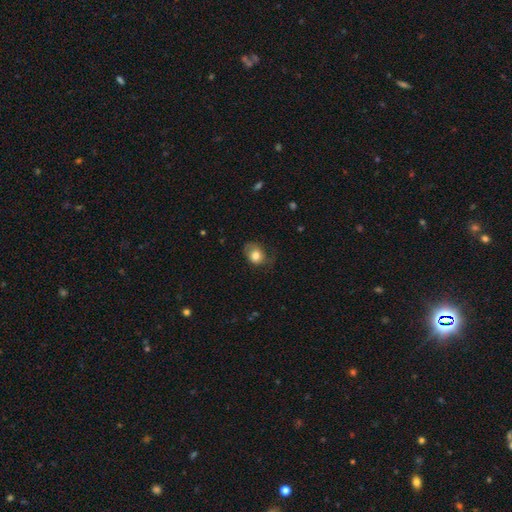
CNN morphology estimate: Overall: smooth (77%). How rounded: in between (54%; round 45%). Merging: none (48%; minor disturbance 32%).